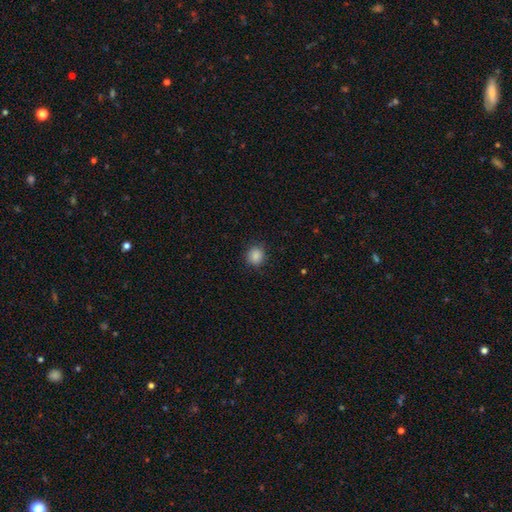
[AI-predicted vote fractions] smooth_or_featured: smooth (p=0.87) [alt: star or artifact p=0.09]
how_rounded: round (p=0.82) [alt: in between p=0.17]
merging: none (p=0.87) [alt: minor disturbance p=0.10]